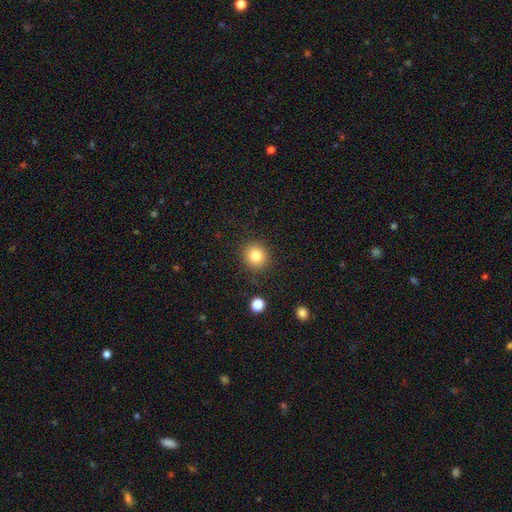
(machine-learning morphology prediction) Smooth or featured: smooth — 82% (star or artifact — 11%)
How rounded: round — 89% (in between — 10%)
Merging: none — 88% (minor disturbance — 8%)